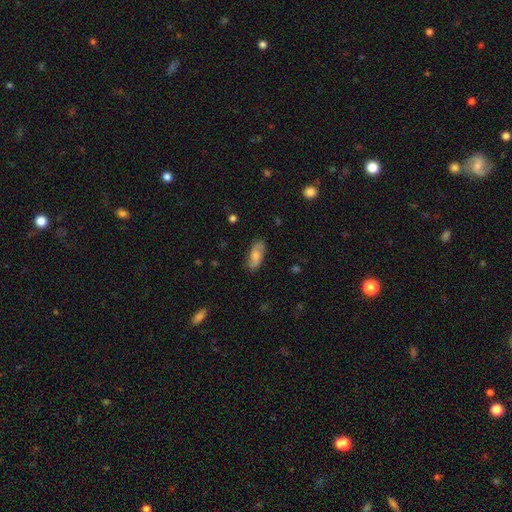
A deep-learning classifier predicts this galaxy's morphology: A smooth galaxy with no disk features (55%) that is in between round and cigar-shaped (84%).

Vote fractions:
- Smooth or featured? smooth: 55% / featured or disk: 38% / star or artifact: 7%
- How rounded? in between: 84% / cigar-shaped: 13% / round: 3%
- Merging? none: 80% / minor disturbance: 15% / major disturbance: 4% / merger: 1%